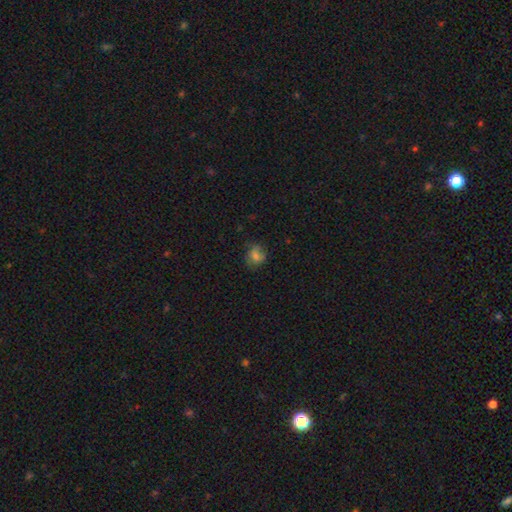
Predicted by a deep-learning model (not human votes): This appears to be a smooth galaxy with no disk features (73%) that is round (69%). Merging: none (70%).